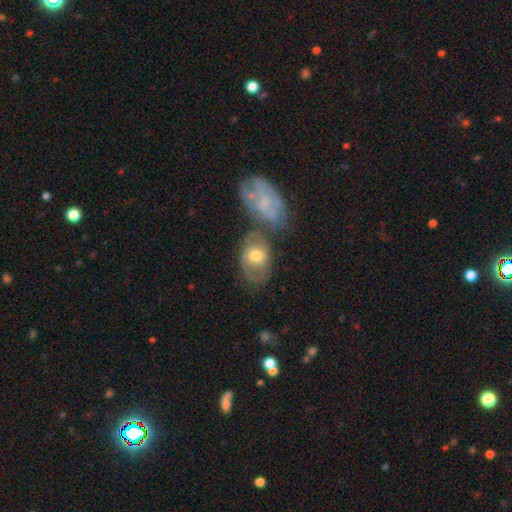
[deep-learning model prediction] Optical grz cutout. It shows a featured or disk galaxy (49%). Merging: none (44%).